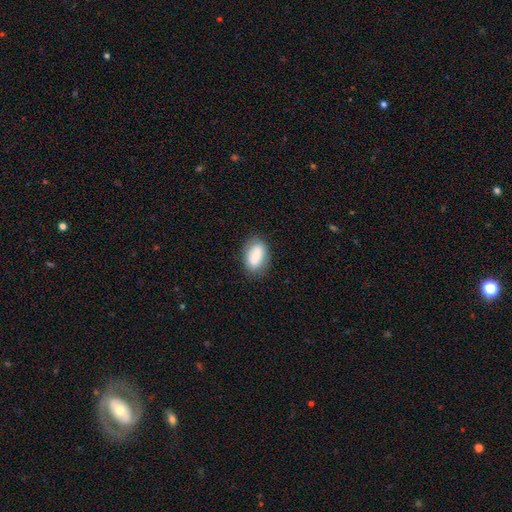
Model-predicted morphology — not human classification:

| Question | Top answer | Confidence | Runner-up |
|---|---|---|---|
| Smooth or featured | smooth | 78% | featured or disk (15%) |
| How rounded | in between | 89% | round (7%) |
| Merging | none | 80% | minor disturbance (15%) |